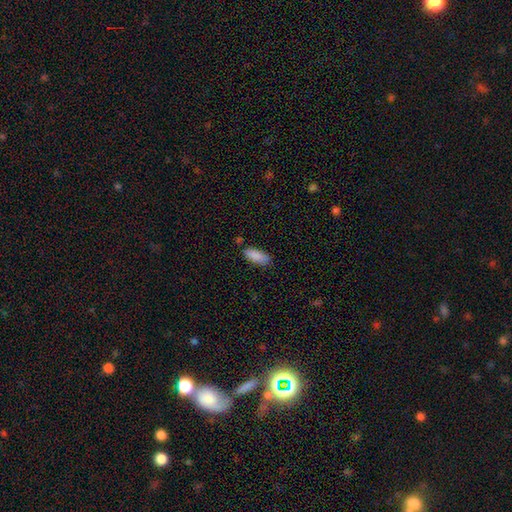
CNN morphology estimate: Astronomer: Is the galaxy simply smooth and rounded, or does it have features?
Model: smooth — 88%.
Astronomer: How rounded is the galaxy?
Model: in between — 76%.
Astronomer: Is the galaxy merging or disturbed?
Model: none — 79%.